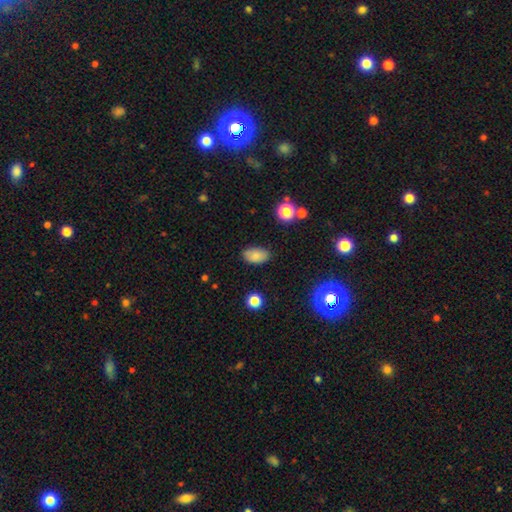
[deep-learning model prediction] smooth-or-featured: smooth: 81% | star or artifact: 10% | featured or disk: 9%
  how-rounded: in between: 92% | round: 6% | cigar-shaped: 2%
  merging: none: 84% | minor disturbance: 12% | major disturbance: 3% | merger: 1%